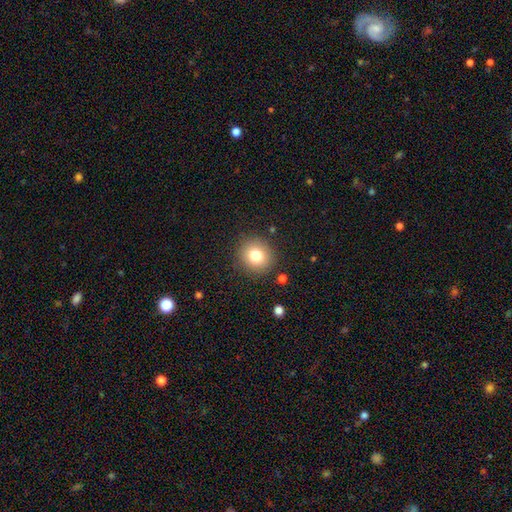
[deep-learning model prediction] Q: Smooth or featured?
A: smooth (79%); runner-up: star or artifact (11%)
Q: How rounded?
A: round (89%); runner-up: in between (10%)
Q: Merging?
A: none (88%); runner-up: minor disturbance (7%)